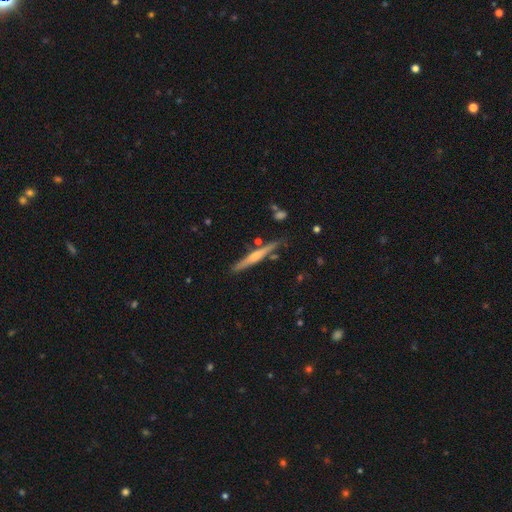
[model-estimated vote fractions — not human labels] Smooth or featured? Predicted: featured or disk (p=0.55). Edge-on disk? Predicted: yes (p=0.97). Edge-on bulge? Predicted: rounded (p=0.57). Merging? Predicted: none (p=0.83).